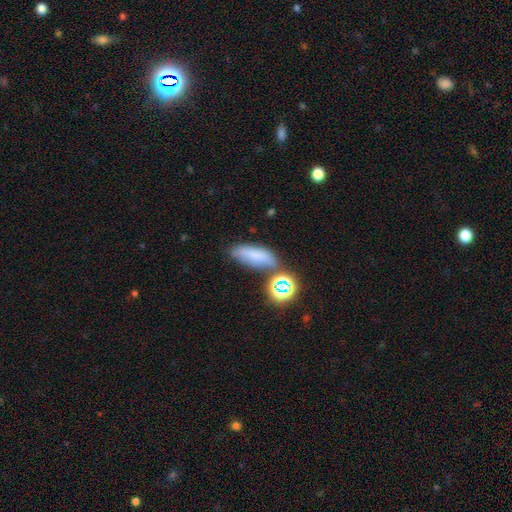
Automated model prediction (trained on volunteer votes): Smooth or featured? Predicted: smooth (p=0.68). How rounded? Predicted: in between (p=0.66). Merging? Predicted: none (p=0.58).